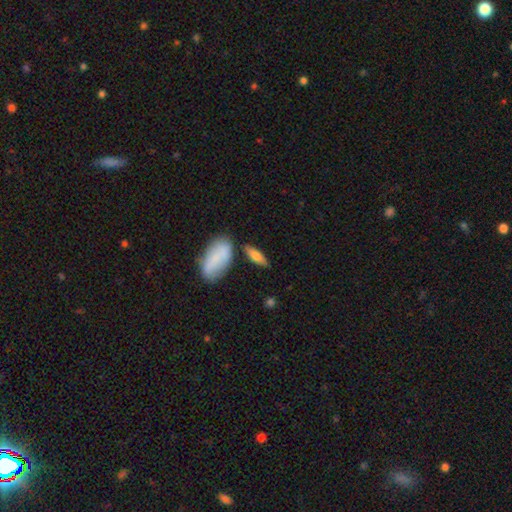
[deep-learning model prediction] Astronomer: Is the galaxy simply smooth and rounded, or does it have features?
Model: smooth — 65%.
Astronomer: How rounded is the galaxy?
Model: in between — 54% (runner-up: cigar-shaped, 42%).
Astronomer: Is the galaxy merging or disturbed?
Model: none — 74%.